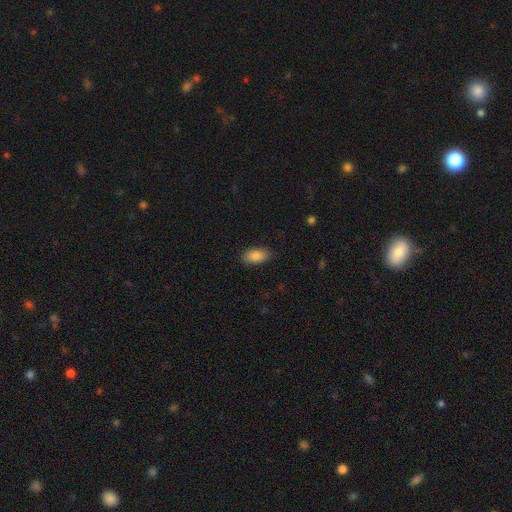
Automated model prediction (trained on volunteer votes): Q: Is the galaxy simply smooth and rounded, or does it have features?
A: smooth — 85%.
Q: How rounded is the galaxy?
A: in between — 92%.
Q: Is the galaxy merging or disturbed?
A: none — 85%.